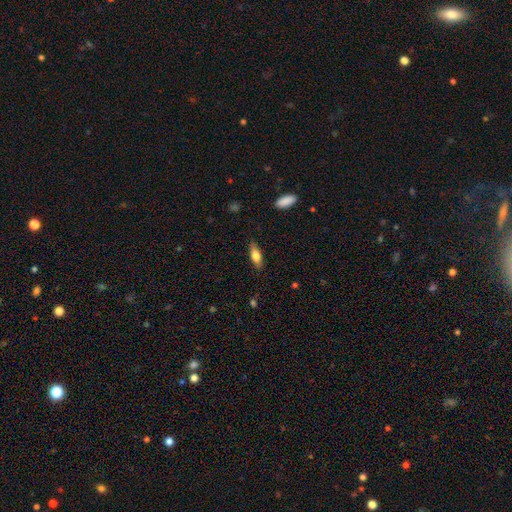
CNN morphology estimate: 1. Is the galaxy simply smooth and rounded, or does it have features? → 70% smooth, 23% featured or disk, 7% star or artifact.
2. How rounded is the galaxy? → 66% in between, 31% cigar-shaped, 3% round.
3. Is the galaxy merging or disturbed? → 84% none, 13% minor disturbance, 3% major disturbance, 1% merger.